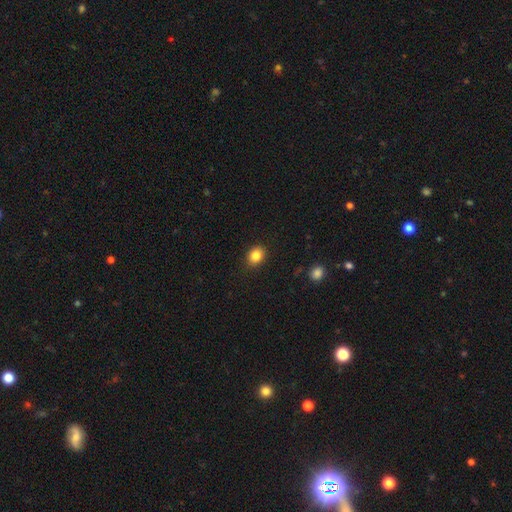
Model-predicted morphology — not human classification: Smooth or featured: smooth — 84% (star or artifact — 10%)
How rounded: in between — 51% (round — 49%)
Merging: none — 88% (minor disturbance — 9%)